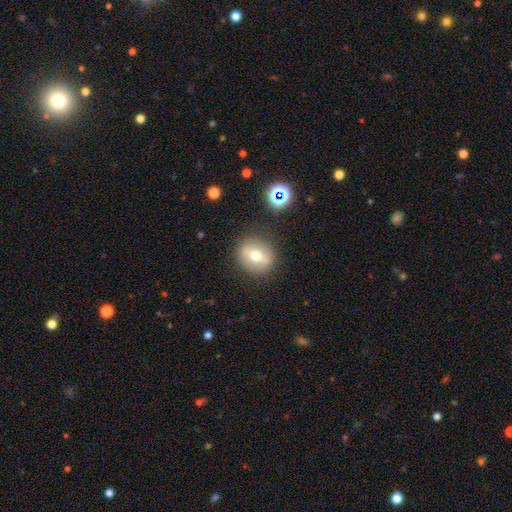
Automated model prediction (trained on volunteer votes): Morphology: type=smooth (52%); roundness=round (72%); merging=none (85%).